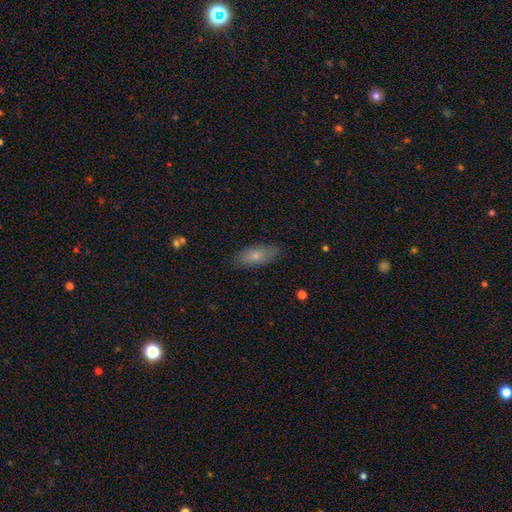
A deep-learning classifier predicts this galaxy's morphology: A smooth galaxy with no disk features (75%) that is in between round and cigar-shaped (78%). Merging: none (84%).